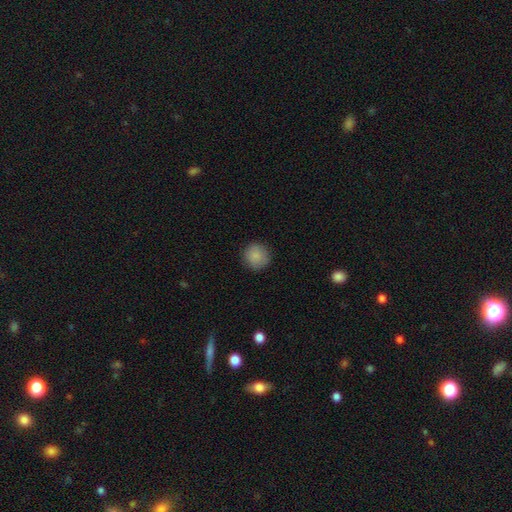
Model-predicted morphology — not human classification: This appears to be a smooth galaxy with no disk features (88%) that is round (93%). Merging: none (89%).